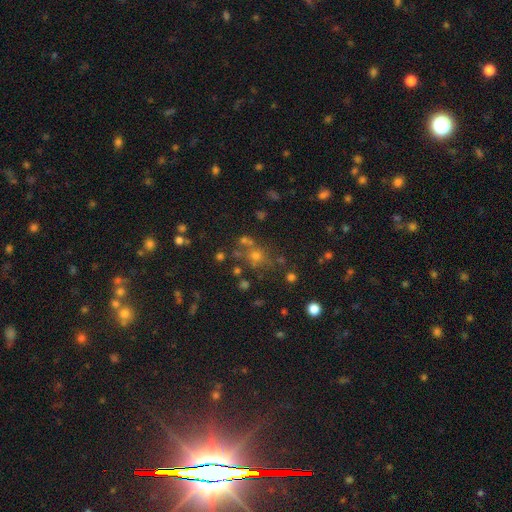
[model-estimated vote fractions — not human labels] Morphology: type=smooth (52%); roundness=round (83%); merging=none (64%).